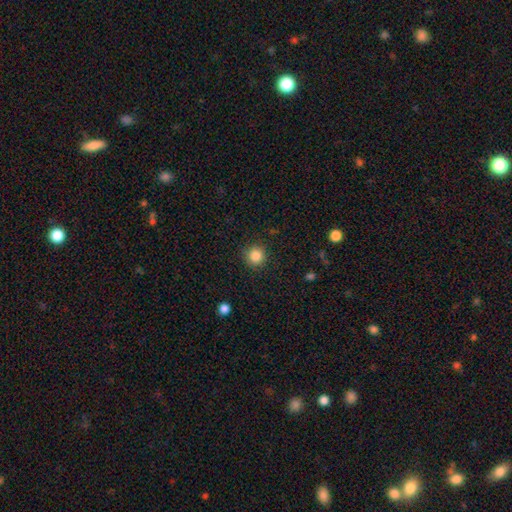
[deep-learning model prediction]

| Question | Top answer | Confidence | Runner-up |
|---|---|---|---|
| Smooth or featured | smooth | 85% | star or artifact (10%) |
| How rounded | round | 94% | in between (5%) |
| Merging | none | 90% | minor disturbance (7%) |